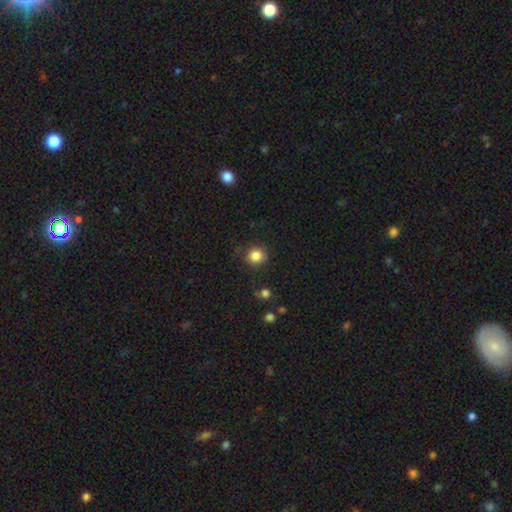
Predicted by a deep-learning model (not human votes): The model was most divided on "merging": none: 81%, minor disturbance: 12%, major disturbance: 4%, merger: 2%. More confident: how rounded — round (89%); smooth or featured — smooth (84%).